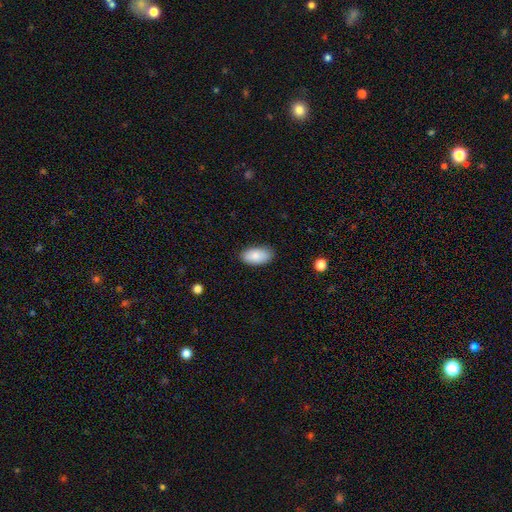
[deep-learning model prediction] Smooth or featured? smooth (88%)
How rounded? in between (95%)
Merging? none (86%)